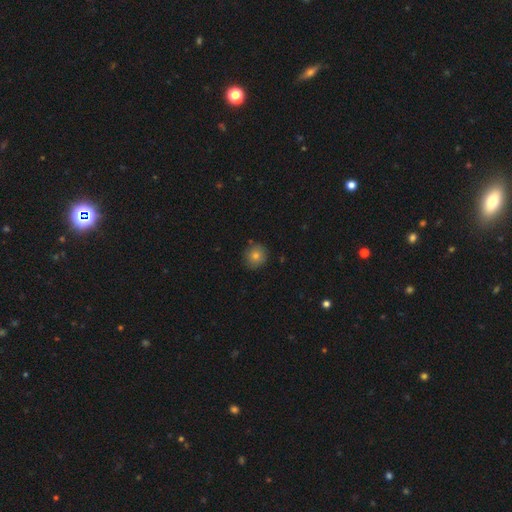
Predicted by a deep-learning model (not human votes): Overall: smooth (79%). How rounded: round (92%). Merging: none (87%).